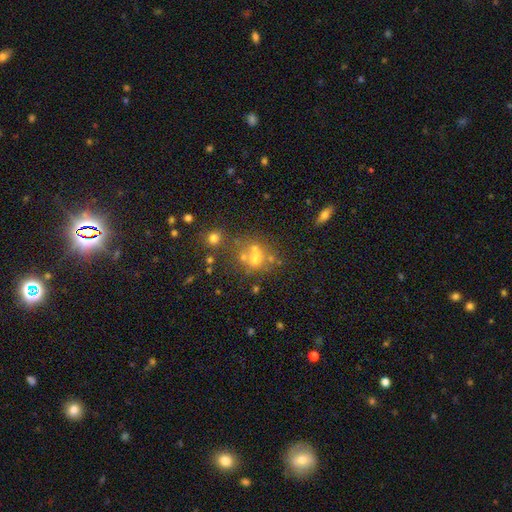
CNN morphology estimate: Q: Smooth or featured?
A: smooth (44%); runner-up: featured or disk (28%)
Q: Merging?
A: none (43%); runner-up: merger (35%)